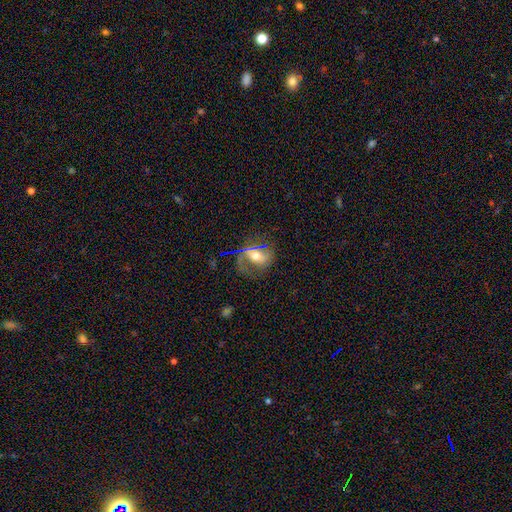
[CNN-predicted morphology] Smooth or featured: featured or disk — 48% (smooth — 38%)
Merging: none — 59% (minor disturbance — 20%)